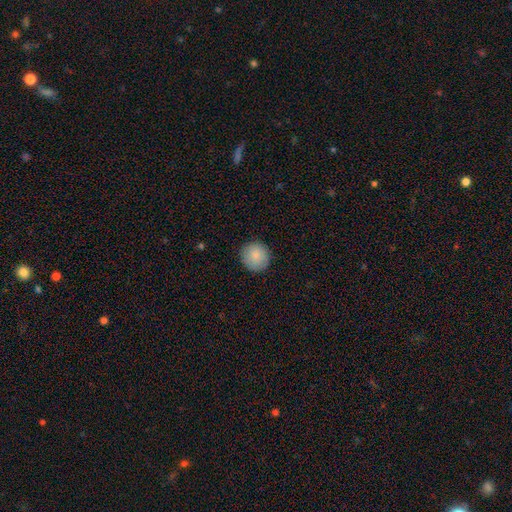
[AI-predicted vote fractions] smooth 87%, star or artifact 7%, featured or disk 6%. Down the decision tree: how rounded — round (92%); merging — none (89%).